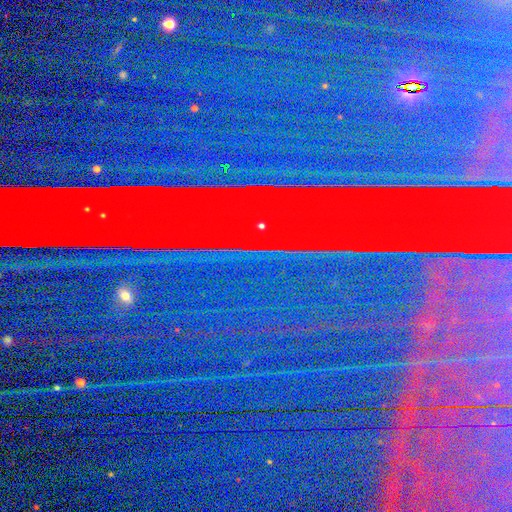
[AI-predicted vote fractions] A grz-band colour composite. It shows a star or artifact, not a galaxy (87%).